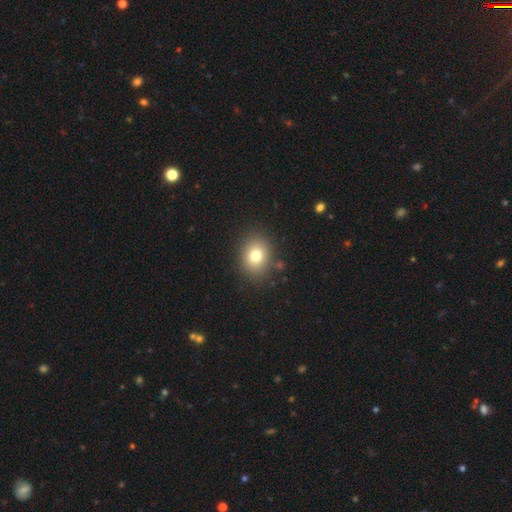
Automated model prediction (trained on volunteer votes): Smooth or featured: smooth — 78% (star or artifact — 11%)
How rounded: round — 55% (in between — 44%)
Merging: none — 85% (minor disturbance — 9%)